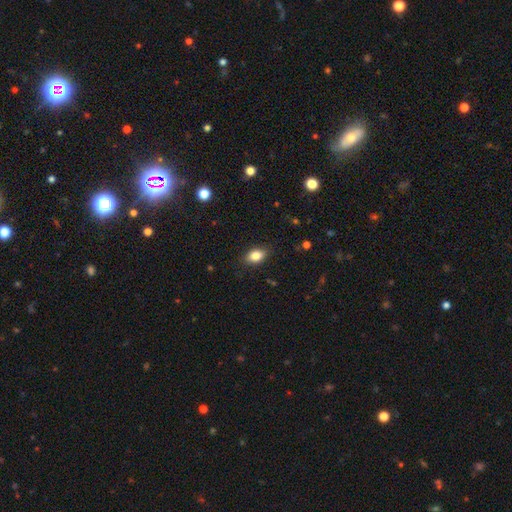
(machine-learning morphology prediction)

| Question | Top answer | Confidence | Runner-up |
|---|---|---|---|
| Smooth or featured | smooth | 84% | star or artifact (9%) |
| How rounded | in between | 84% | round (14%) |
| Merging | none | 85% | minor disturbance (11%) |